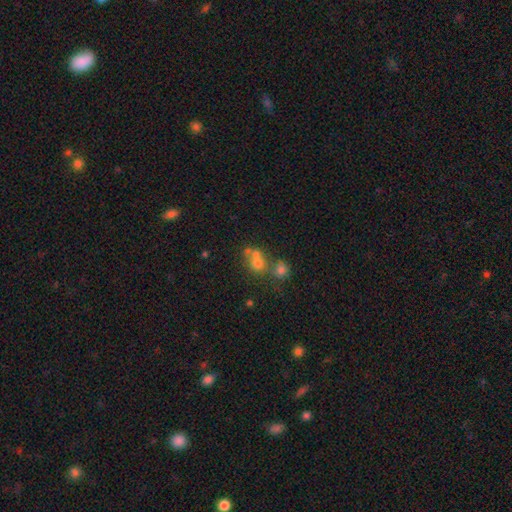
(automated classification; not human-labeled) Smooth or featured? smooth (54%)
How rounded? round (79%)
Merging? merger (48%)